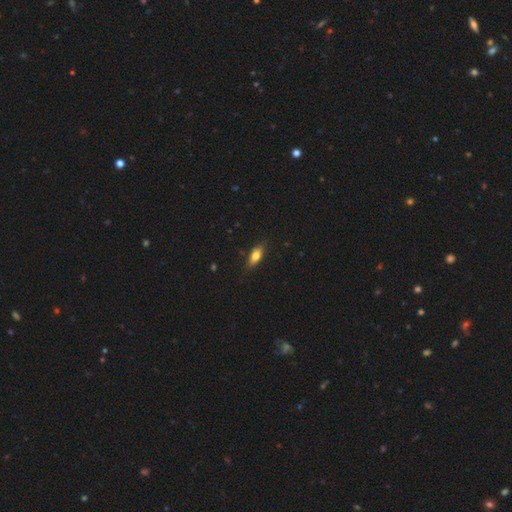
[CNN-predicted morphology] A smooth galaxy with no disk features (73%) that is in between round and cigar-shaped (74%).

Vote fractions:
- Smooth or featured? smooth: 73% / featured or disk: 20% / star or artifact: 8%
- How rounded? in between: 74% / cigar-shaped: 22% / round: 4%
- Merging? none: 80% / minor disturbance: 15% / major disturbance: 3% / merger: 1%